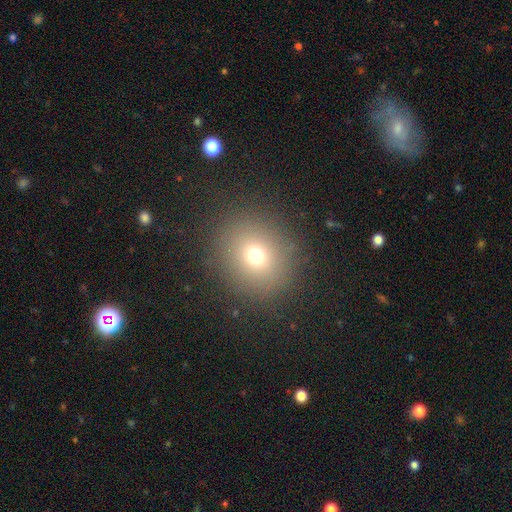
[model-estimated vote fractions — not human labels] Q: Smooth or featured?
A: smooth (70%); runner-up: star or artifact (19%)
Q: How rounded?
A: round (84%); runner-up: in between (15%)
Q: Merging?
A: none (87%); runner-up: minor disturbance (7%)